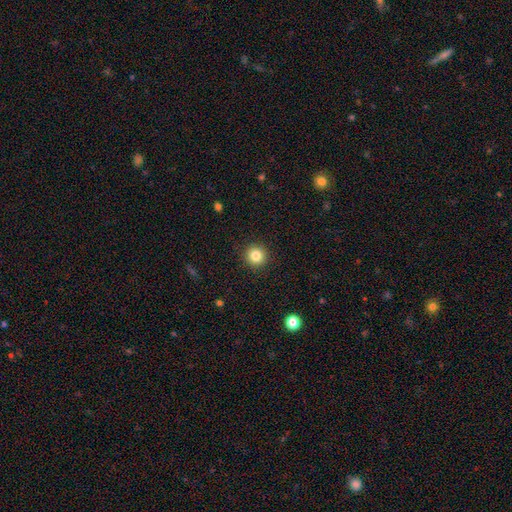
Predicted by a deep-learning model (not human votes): The model was most divided on "smooth or featured": smooth: 83%, star or artifact: 11%, featured or disk: 6%. More confident: how rounded — round (95%); merging — none (92%).